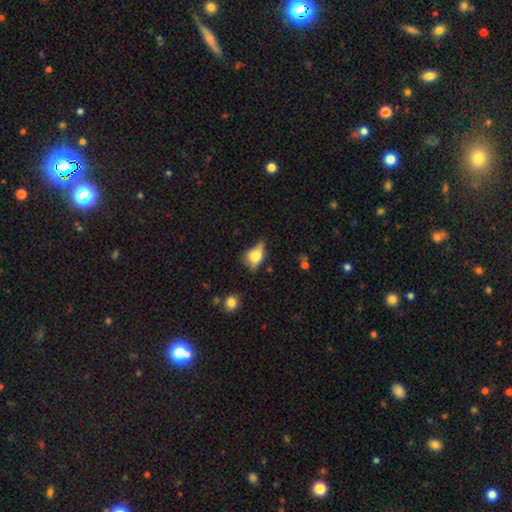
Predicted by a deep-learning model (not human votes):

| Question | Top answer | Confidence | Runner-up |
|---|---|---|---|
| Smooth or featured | smooth | 53% | featured or disk (35%) |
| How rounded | in between | 69% | round (23%) |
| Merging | none | 42% | minor disturbance (31%) |